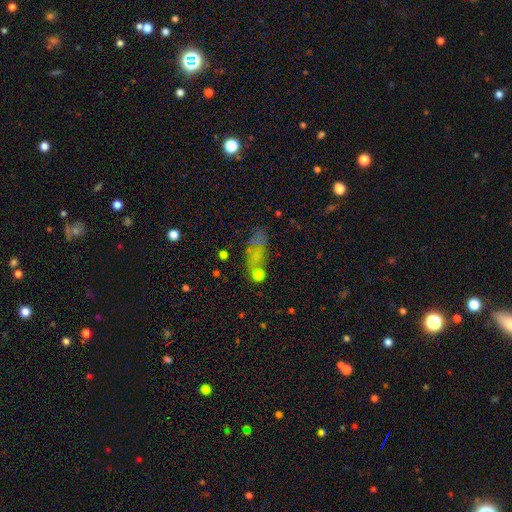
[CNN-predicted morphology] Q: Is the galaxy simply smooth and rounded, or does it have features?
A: smooth — 57%.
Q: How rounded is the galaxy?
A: in between — 66%.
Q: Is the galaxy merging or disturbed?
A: none — 50%.